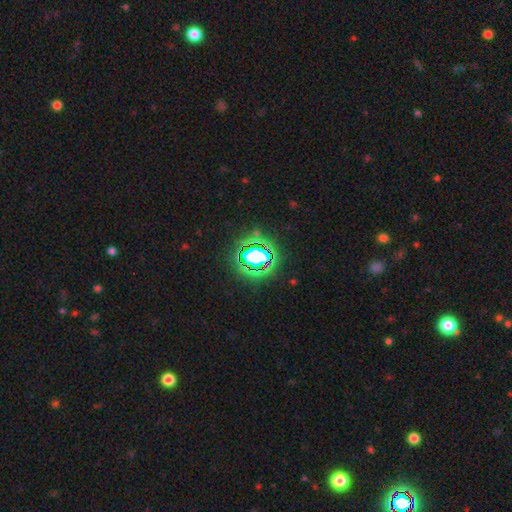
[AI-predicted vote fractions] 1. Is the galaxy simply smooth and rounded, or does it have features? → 68% star or artifact, 20% smooth, 12% featured or disk.